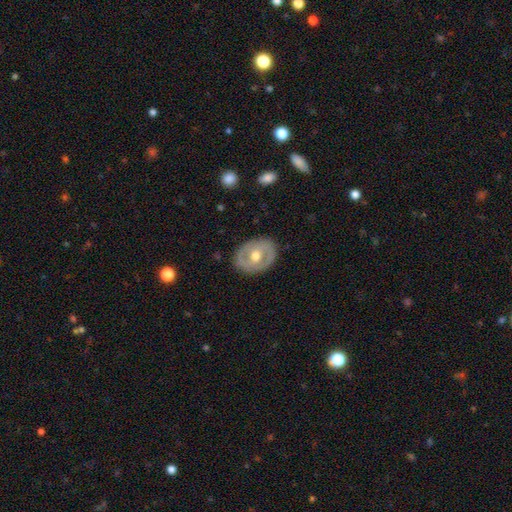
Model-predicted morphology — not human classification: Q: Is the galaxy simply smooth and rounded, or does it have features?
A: featured or disk — 61%.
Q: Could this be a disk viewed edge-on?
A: no — 94%.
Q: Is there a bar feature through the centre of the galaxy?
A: no — 61%.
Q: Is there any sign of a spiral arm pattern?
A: no — 68%.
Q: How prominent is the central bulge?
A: moderate — 79%.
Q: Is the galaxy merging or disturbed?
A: none — 83%.